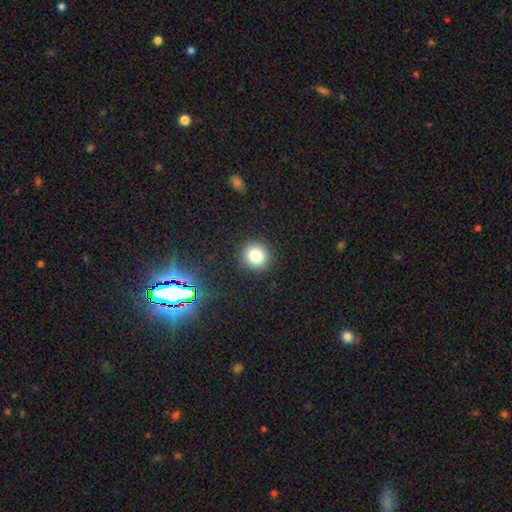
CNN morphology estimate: Smooth or featured: smooth — 80% (star or artifact — 13%)
How rounded: round — 92% (in between — 7%)
Merging: none — 90% (minor disturbance — 6%)